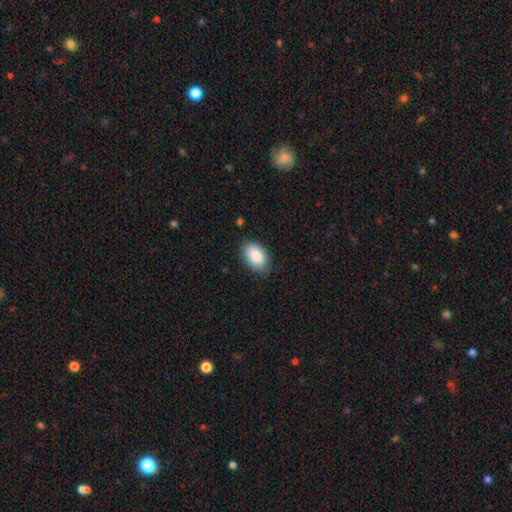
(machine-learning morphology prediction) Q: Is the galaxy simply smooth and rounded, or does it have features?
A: smooth — 89%.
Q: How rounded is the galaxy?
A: in between — 92%.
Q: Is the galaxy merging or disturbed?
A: none — 82%.